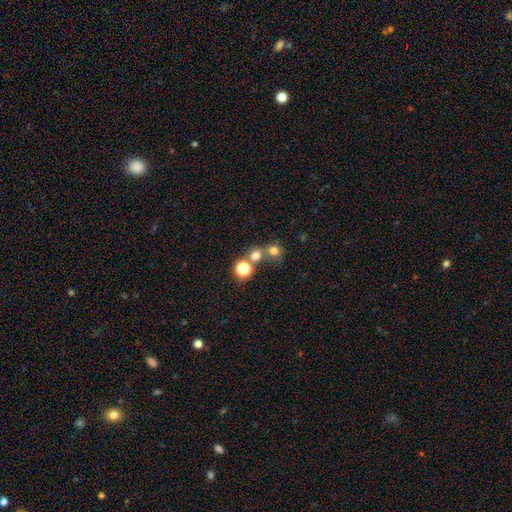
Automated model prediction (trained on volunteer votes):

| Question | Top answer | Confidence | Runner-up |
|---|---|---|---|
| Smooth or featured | smooth | 69% | star or artifact (22%) |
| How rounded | round | 83% | in between (16%) |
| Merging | none | 53% | merger (37%) |